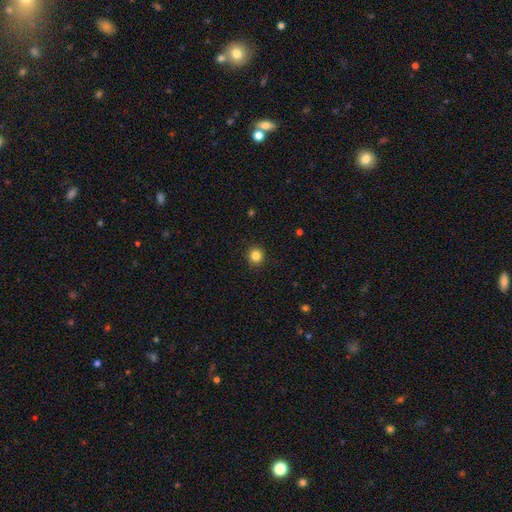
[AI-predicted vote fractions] Morphology: type=smooth (84%); roundness=round (92%); merging=none (92%).